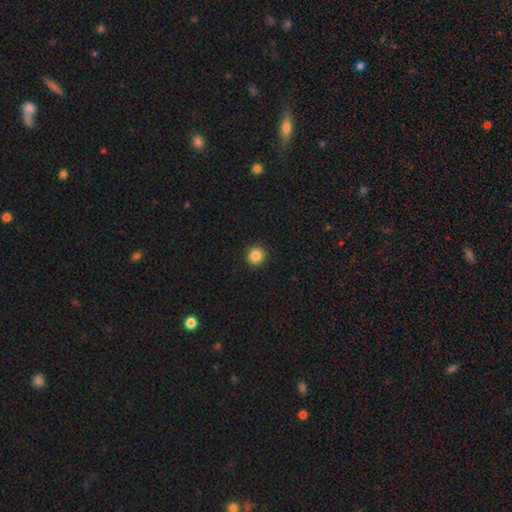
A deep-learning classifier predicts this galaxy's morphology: Q: Smooth or featured?
A: smooth (86%); runner-up: star or artifact (10%)
Q: How rounded?
A: round (92%); runner-up: in between (7%)
Q: Merging?
A: none (93%); runner-up: minor disturbance (4%)